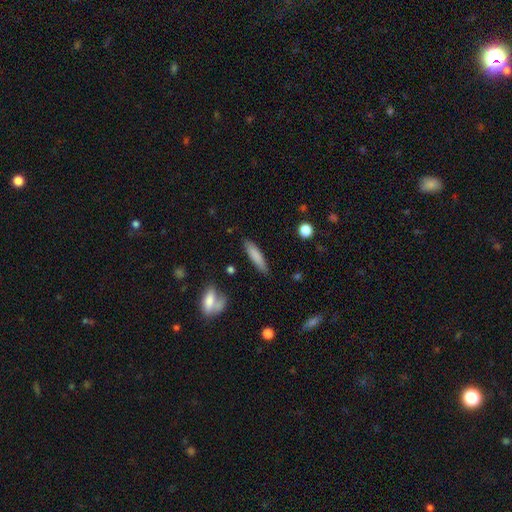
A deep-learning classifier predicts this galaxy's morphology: smooth 79%, featured or disk 14%, star or artifact 6%. Down the decision tree: how rounded — cigar-shaped (79%); merging — none (84%).